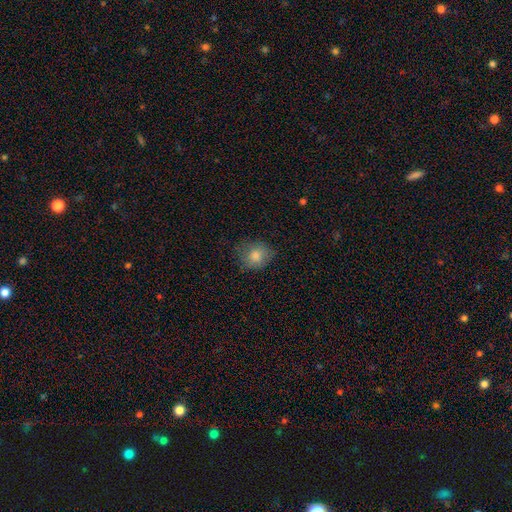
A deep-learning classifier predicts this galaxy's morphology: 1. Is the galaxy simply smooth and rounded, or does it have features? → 80% smooth, 11% featured or disk, 10% star or artifact.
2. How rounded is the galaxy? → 72% round, 27% in between, 1% cigar-shaped.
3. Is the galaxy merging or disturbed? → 73% none, 21% minor disturbance, 5% major disturbance, 1% merger.